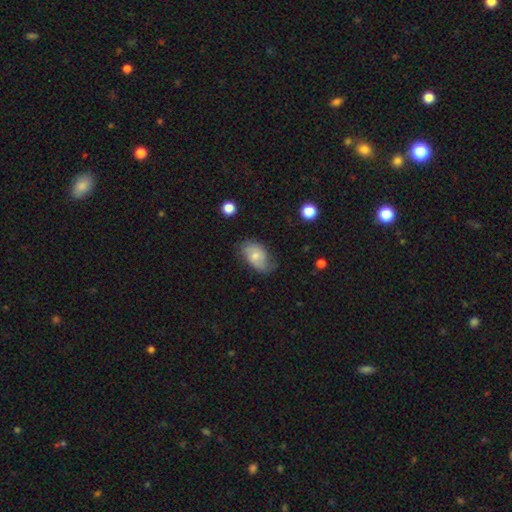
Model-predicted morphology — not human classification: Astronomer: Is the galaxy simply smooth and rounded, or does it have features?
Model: smooth — 51% (runner-up: featured or disk, 42%).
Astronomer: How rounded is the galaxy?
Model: in between — 88%.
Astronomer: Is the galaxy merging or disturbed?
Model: none — 55% (runner-up: minor disturbance, 31%).